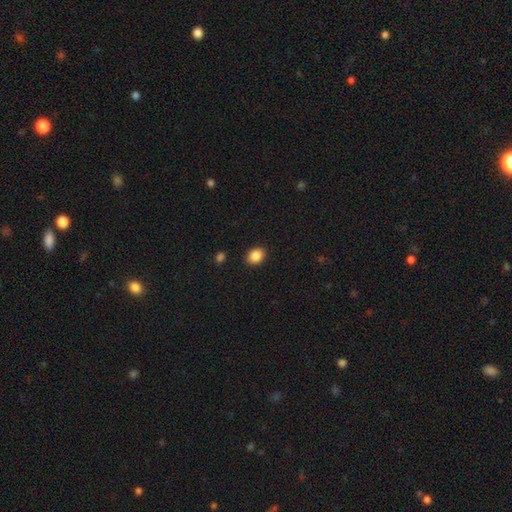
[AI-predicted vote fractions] Smooth or featured?
  - smooth: 87% *
  - star or artifact: 9%
  - featured or disk: 4%
How rounded?
  - in between: 56% *
  - round: 43%
  - cigar-shaped: 1%
Merging?
  - none: 90% *
  - minor disturbance: 7%
  - major disturbance: 2%
  - merger: 1%